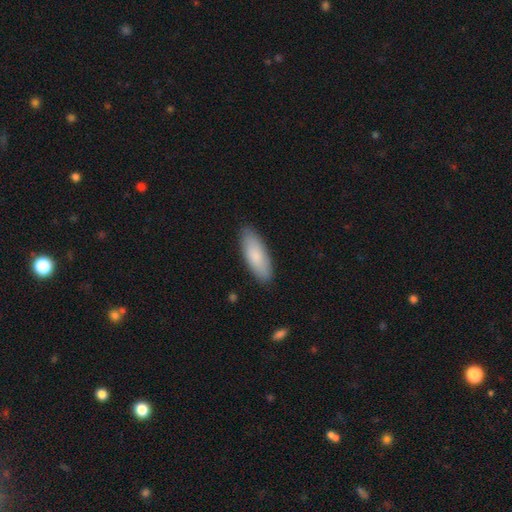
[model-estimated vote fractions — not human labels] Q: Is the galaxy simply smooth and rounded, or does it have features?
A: smooth — 84%.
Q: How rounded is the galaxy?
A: in between — 68%.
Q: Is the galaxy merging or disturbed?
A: none — 87%.